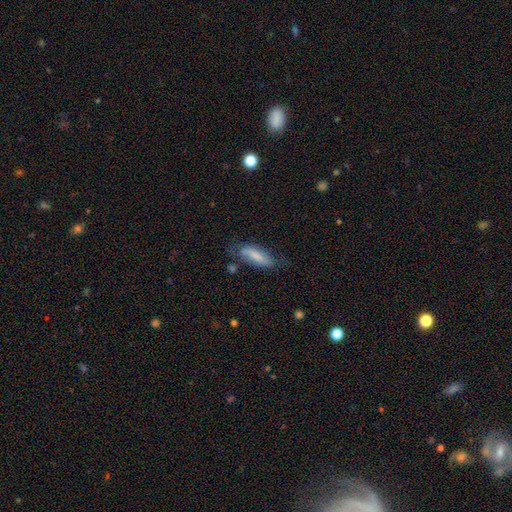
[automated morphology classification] Q: Smooth or featured?
A: smooth (64%); runner-up: featured or disk (29%)
Q: How rounded?
A: in between (61%); runner-up: cigar-shaped (37%)
Q: Merging?
A: none (54%); runner-up: minor disturbance (29%)